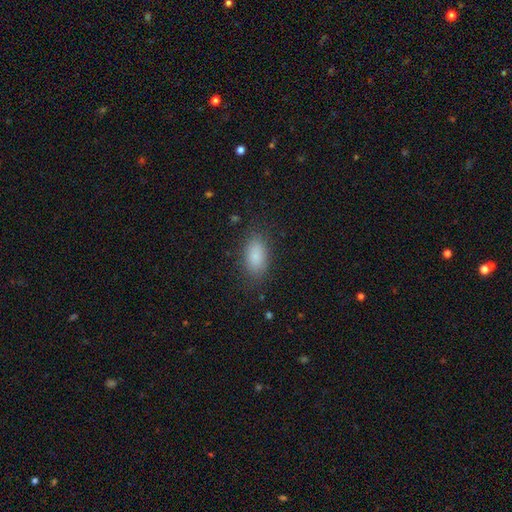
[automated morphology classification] The model was most divided on "merging": none: 82%, minor disturbance: 13%, major disturbance: 4%, merger: 1%. More confident: how rounded — in between (91%); smooth or featured — smooth (85%).